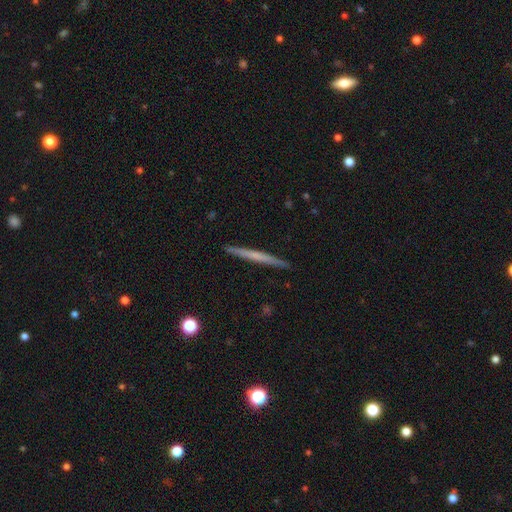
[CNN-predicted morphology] The model was most divided on "smooth or featured": featured or disk: 52%, smooth: 43%, star or artifact: 6%. More confident: edge-on disk — yes (98%); merging — none (92%); edge-on bulge — none (81%).